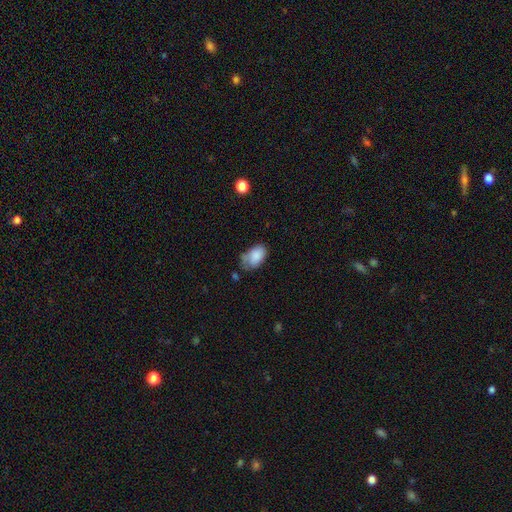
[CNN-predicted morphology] Smooth or featured: smooth — 82% (featured or disk — 11%)
How rounded: in between — 91% (round — 8%)
Merging: none — 43% (minor disturbance — 36%)